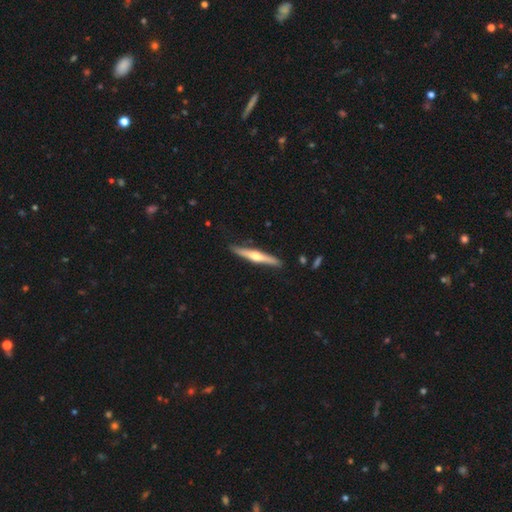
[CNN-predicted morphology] smooth_or_featured: featured or disk (p=0.63) [alt: smooth p=0.32]
disk_edge_on: yes (p=0.97) [alt: no p=0.03]
edge_on_bulge: rounded (p=0.89) [alt: none p=0.06]
merging: none (p=0.87) [alt: minor disturbance p=0.09]